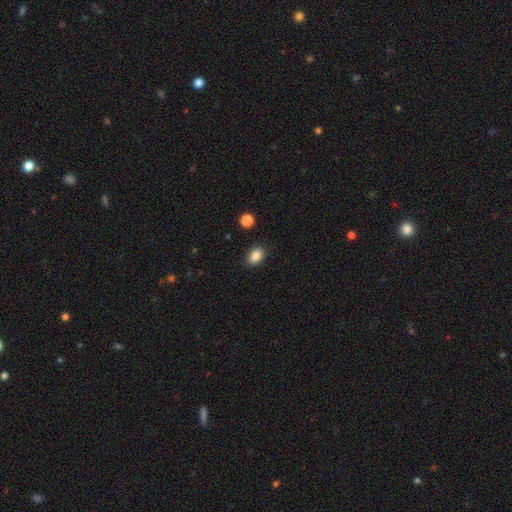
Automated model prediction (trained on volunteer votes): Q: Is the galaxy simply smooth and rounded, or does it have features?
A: smooth — 85%.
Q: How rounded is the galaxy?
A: in between — 80%.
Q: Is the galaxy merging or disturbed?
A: none — 88%.